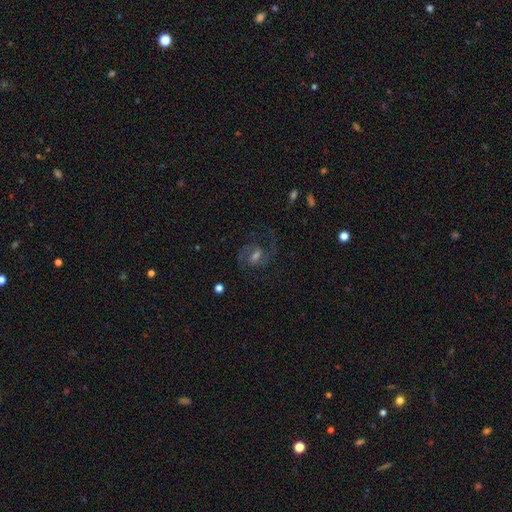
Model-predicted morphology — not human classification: The model was most divided on "bulge size": moderate: 50%, small: 35%, large: 8%, none: 5%, dominant: 1%. More confident: edge-on disk — no (97%); spiral arms — yes (96%); spiral arm count — 2 (90%); smooth or featured — featured or disk (81%); merging — none (74%); spiral winding — medium (59%); bar — weak (55%).